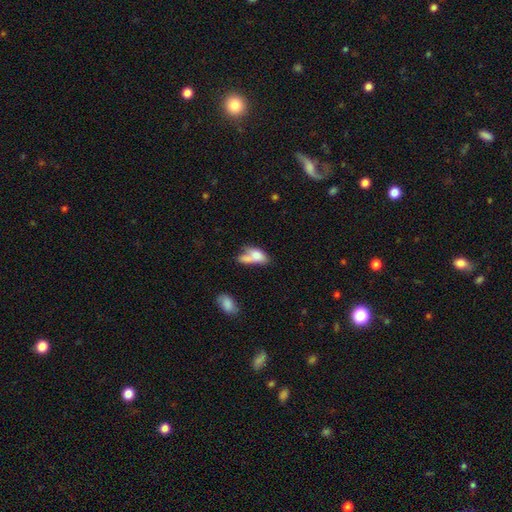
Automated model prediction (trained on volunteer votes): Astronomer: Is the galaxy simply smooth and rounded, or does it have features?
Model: smooth — 71%.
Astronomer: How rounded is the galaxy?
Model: in between — 83%.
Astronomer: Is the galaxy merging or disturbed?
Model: merger — 40% (runner-up: none, 25%).